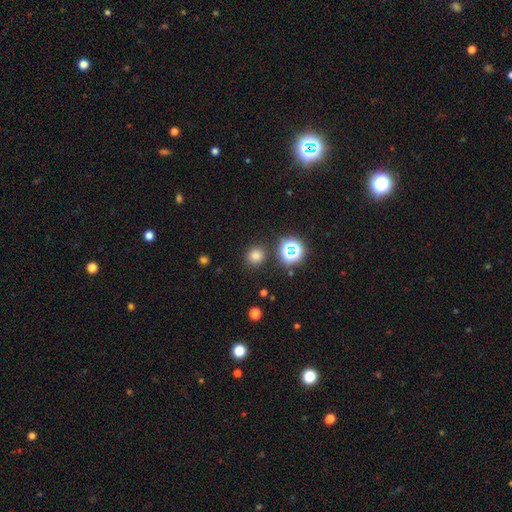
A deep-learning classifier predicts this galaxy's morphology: A smooth galaxy with no disk features (75%) that is round (89%).

Vote fractions:
- Smooth or featured? smooth: 75% / star or artifact: 20% / featured or disk: 5%
- How rounded? round: 89% / in between: 10% / cigar-shaped: 1%
- Merging? none: 87% / minor disturbance: 7% / merger: 3% / major disturbance: 3%